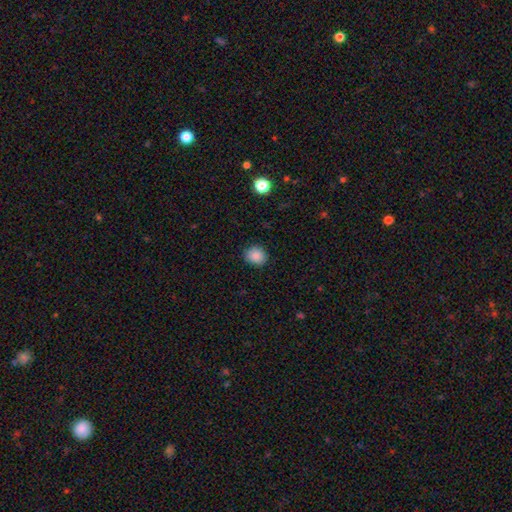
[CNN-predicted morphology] A smooth galaxy with no disk features (88%) that is round (73%).

Vote fractions:
- Smooth or featured? smooth: 88% / star or artifact: 9% / featured or disk: 3%
- How rounded? round: 73% / in between: 26% / cigar-shaped: 1%
- Merging? none: 87% / minor disturbance: 9% / major disturbance: 2% / merger: 1%